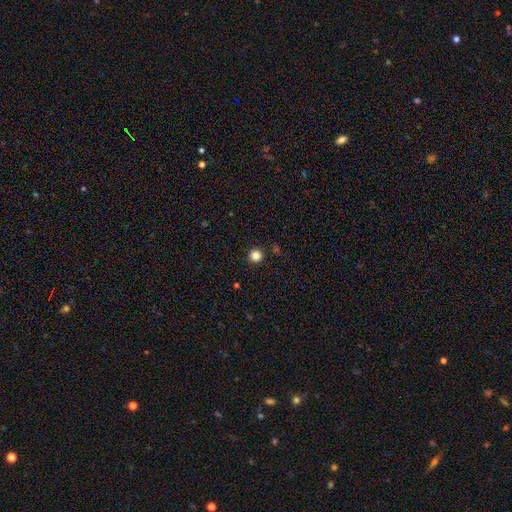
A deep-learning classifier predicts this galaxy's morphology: Q: Smooth or featured?
A: smooth (84%); runner-up: star or artifact (12%)
Q: How rounded?
A: round (96%); runner-up: in between (3%)
Q: Merging?
A: none (93%); runner-up: minor disturbance (4%)